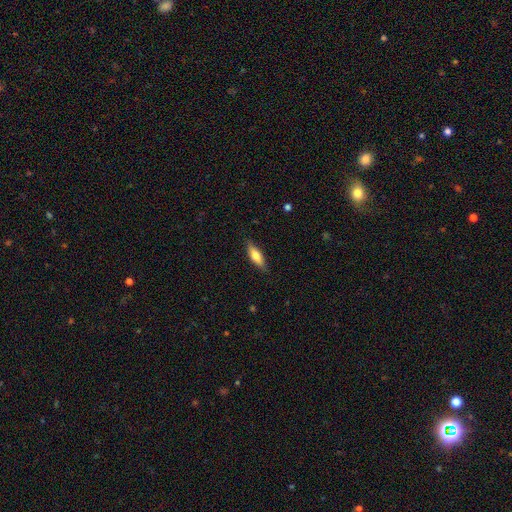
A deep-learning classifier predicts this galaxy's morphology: Smooth or featured?
  - smooth: 64% *
  - featured or disk: 30%
  - star or artifact: 6%
How rounded?
  - in between: 52% *
  - cigar-shaped: 46%
  - round: 2%
Merging?
  - none: 84% *
  - minor disturbance: 12%
  - major disturbance: 2%
  - merger: 1%